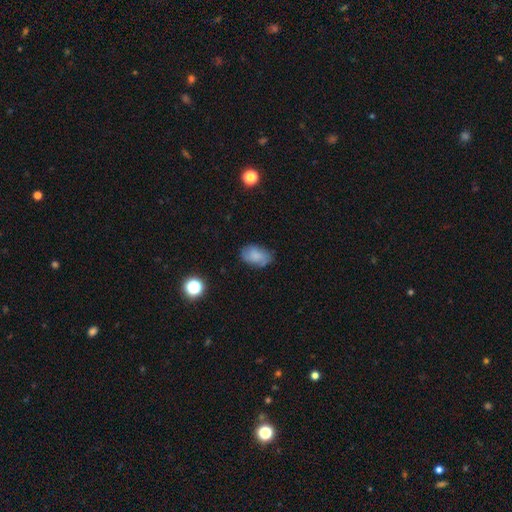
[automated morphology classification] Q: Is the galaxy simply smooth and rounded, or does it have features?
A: smooth — 72%.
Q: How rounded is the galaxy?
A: in between — 89%.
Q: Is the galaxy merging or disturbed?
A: none — 71%.